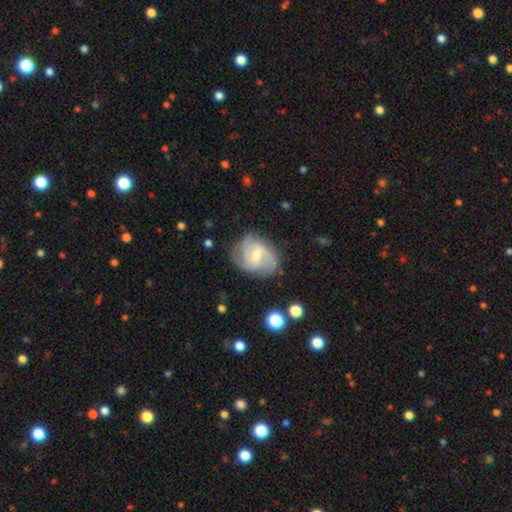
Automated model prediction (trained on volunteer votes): A featured or disk galaxy (80%) with a weak bar (56%), 2 (35%) tight (45%) spiral arms (94%) and a moderate central bulge (50%). Merging: none (70%).